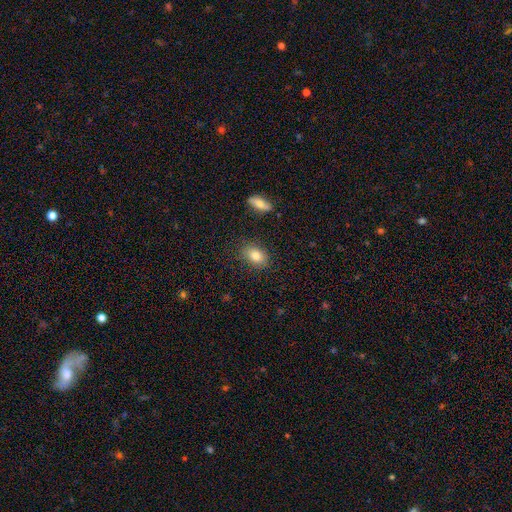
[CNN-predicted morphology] Smooth or featured: smooth — 81% (featured or disk — 10%)
How rounded: in between — 79% (round — 19%)
Merging: none — 84% (minor disturbance — 11%)